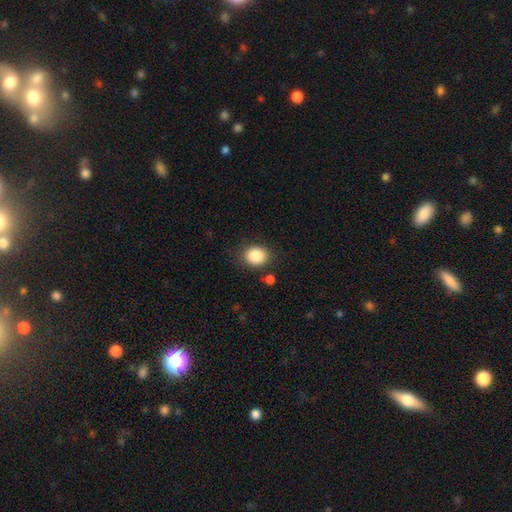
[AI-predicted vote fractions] smooth-or-featured: smooth: 86% | star or artifact: 9% | featured or disk: 5%
  how-rounded: round: 62% | in between: 38% | cigar-shaped: 1%
  merging: none: 83% | minor disturbance: 10% | merger: 4% | major disturbance: 3%